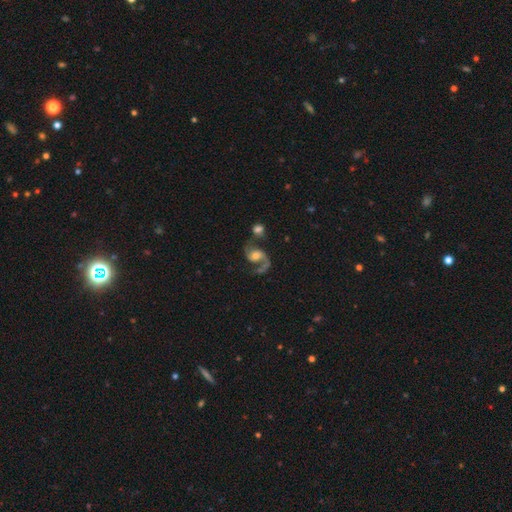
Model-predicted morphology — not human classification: A featured or disk galaxy (85%) with no bar (57%), 2 (80%) medium (46%) spiral arms (96%) and a moderate central bulge (60%). Merging: none (48%).